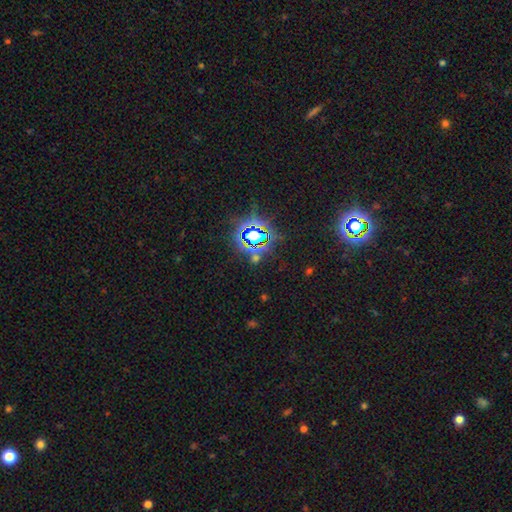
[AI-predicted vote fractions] smooth_or_featured: star or artifact (p=0.77) [alt: smooth p=0.14]